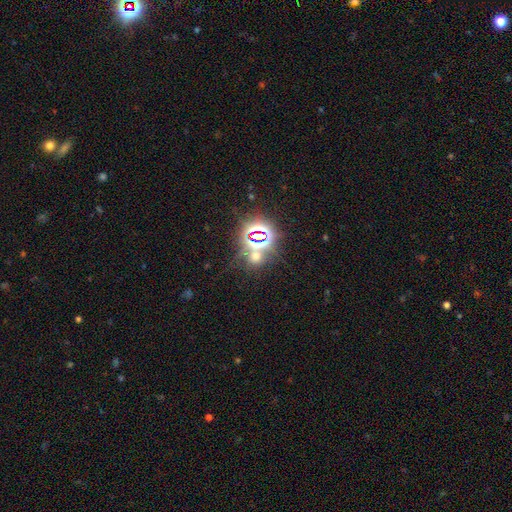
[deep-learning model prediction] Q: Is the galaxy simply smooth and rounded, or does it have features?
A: star or artifact — 63%.